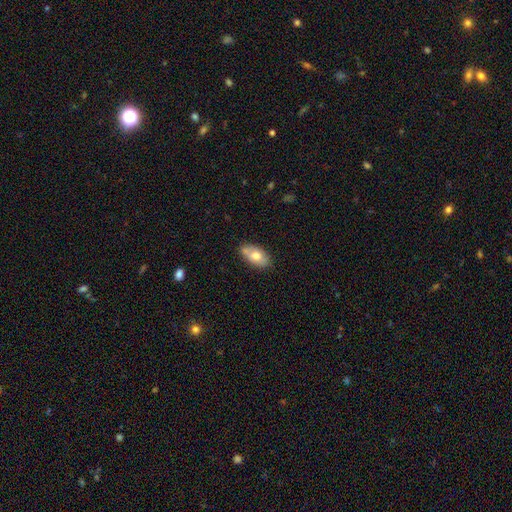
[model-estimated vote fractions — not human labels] Q: Smooth or featured?
A: smooth (70%); runner-up: featured or disk (23%)
Q: How rounded?
A: in between (91%); runner-up: round (5%)
Q: Merging?
A: none (69%); runner-up: minor disturbance (19%)